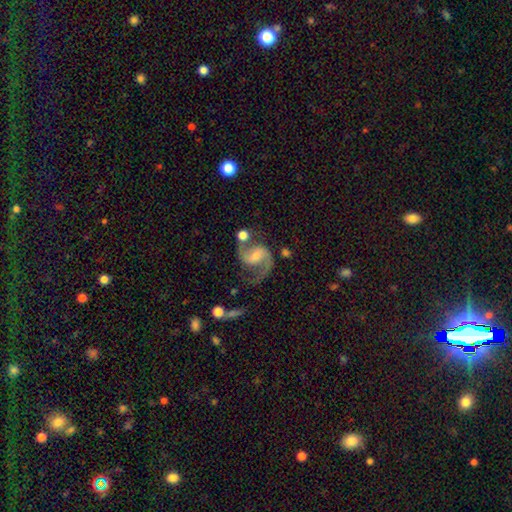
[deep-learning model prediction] Overall: featured or disk (88%). Edge-on disk: no (98%). Bar: weak (48%; no 27%). Spiral arms: yes (97%). Spiral arm count: 2 (88%). Spiral winding: medium (55%; loose 33%). Bulge size: small (46%; moderate 41%). Merging: none (59%).